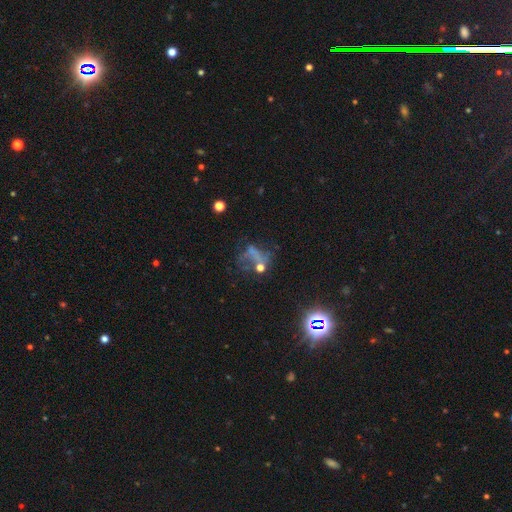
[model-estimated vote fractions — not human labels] A featured or disk galaxy (36%).

Vote fractions:
- Smooth or featured? featured or disk: 36% / star or artifact: 35% / smooth: 29%
- Merging? major disturbance: 37% / none: 32% / minor disturbance: 17% / merger: 14%